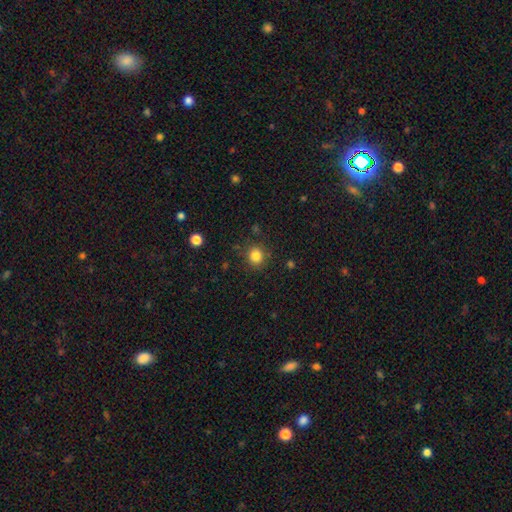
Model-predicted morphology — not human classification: This is clearly a smooth galaxy (84%). How rounded: clearly round (87%). Merging: clearly none (86%).